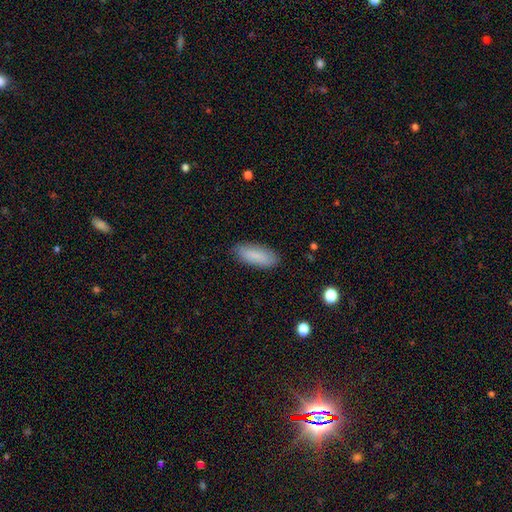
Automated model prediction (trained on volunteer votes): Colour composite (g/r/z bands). It shows a smooth galaxy with no disk features (86%) that is in between round and cigar-shaped (70%). Merging: none (85%).